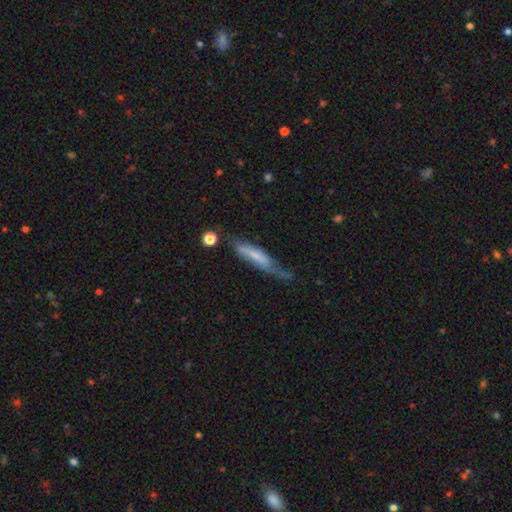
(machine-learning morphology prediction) Smooth or featured: smooth — 53% (featured or disk — 40%)
How rounded: cigar-shaped — 79% (in between — 20%)
Merging: none — 41% (minor disturbance — 33%)